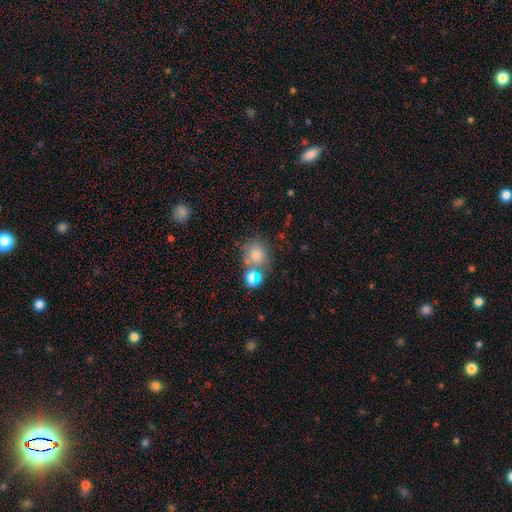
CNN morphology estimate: A smooth galaxy with no disk features (73%) that is round (64%).

Vote fractions:
- Smooth or featured? smooth: 73% / featured or disk: 15% / star or artifact: 13%
- How rounded? round: 64% / in between: 35% / cigar-shaped: 1%
- Merging? none: 47% / merger: 35% / minor disturbance: 12% / major disturbance: 5%